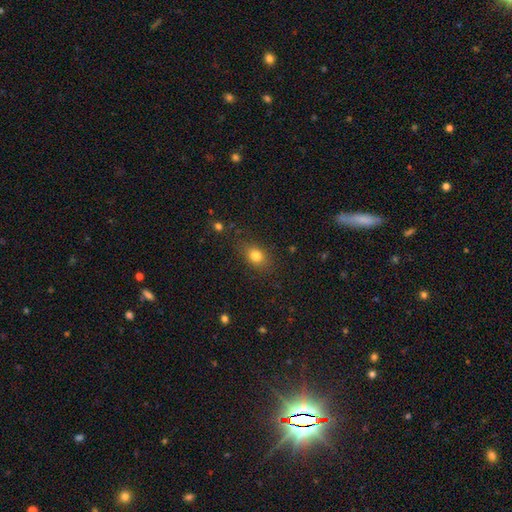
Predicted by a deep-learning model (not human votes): Smooth or featured?
  - smooth: 80% *
  - star or artifact: 11%
  - featured or disk: 8%
How rounded?
  - in between: 67% *
  - round: 31%
  - cigar-shaped: 2%
Merging?
  - none: 80% *
  - minor disturbance: 14%
  - major disturbance: 4%
  - merger: 2%